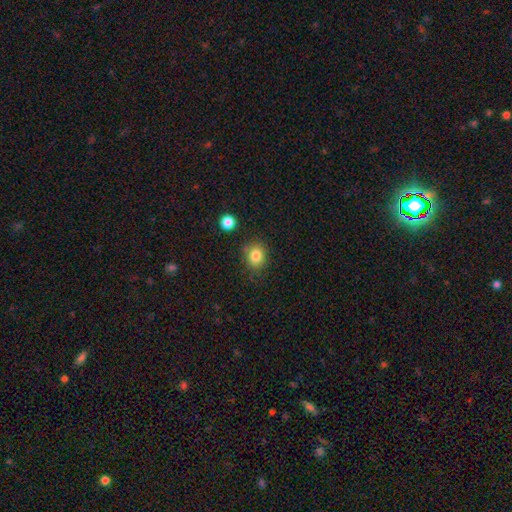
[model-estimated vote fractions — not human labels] Smooth or featured: smooth — 83% (star or artifact — 11%)
How rounded: round — 67% (in between — 32%)
Merging: none — 78% (minor disturbance — 13%)